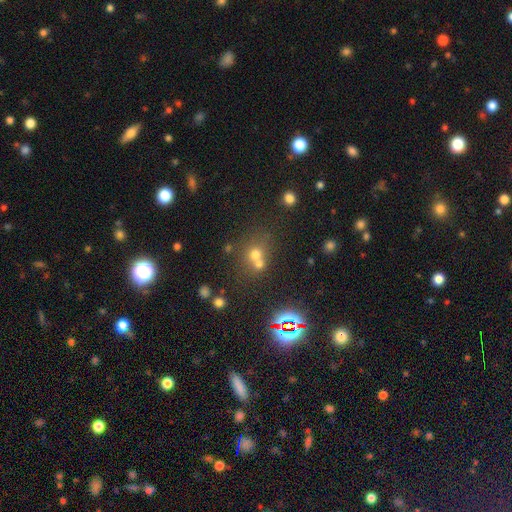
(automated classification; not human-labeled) Smooth or featured?
  - smooth: 50% *
  - star or artifact: 37%
  - featured or disk: 13%
How rounded?
  - round: 81% *
  - in between: 18%
  - cigar-shaped: 1%
Merging?
  - none: 47% *
  - merger: 41%
  - minor disturbance: 7%
  - major disturbance: 4%